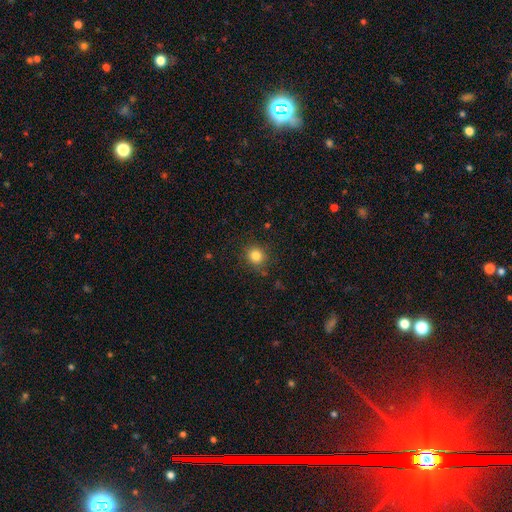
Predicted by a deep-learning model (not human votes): smooth-or-featured: smooth: 82% | star or artifact: 12% | featured or disk: 5%
  how-rounded: round: 89% | in between: 10% | cigar-shaped: 1%
  merging: none: 87% | minor disturbance: 9% | major disturbance: 3% | merger: 2%